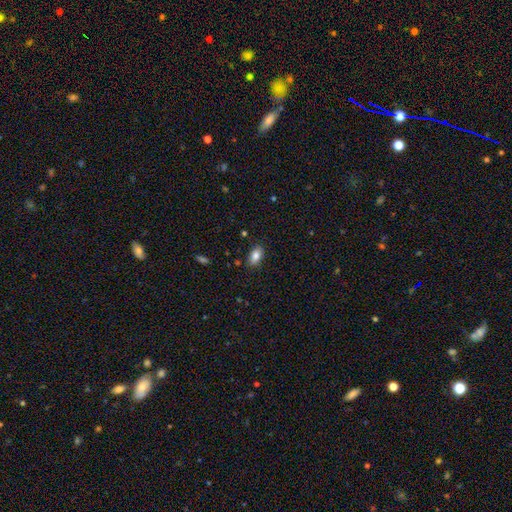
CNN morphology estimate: The model was most divided on "merging": none: 85%, minor disturbance: 11%, major disturbance: 2%, merger: 2%. More confident: how rounded — in between (91%); smooth or featured — smooth (84%).